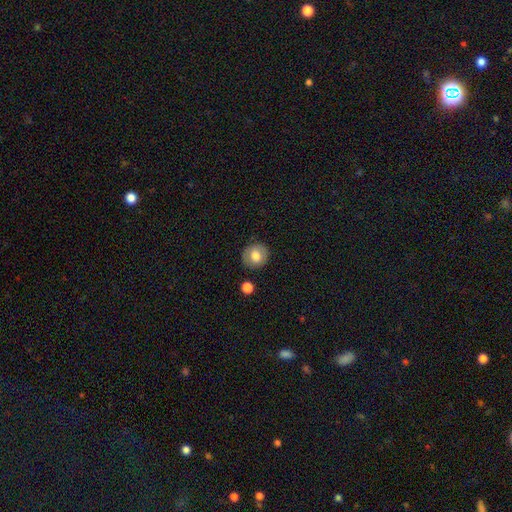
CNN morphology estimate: This is likely a smooth galaxy (74%). How rounded: clearly round (85%). Merging: clearly none (85%).